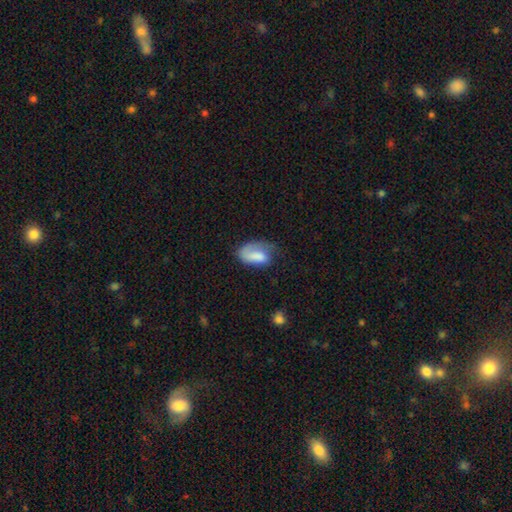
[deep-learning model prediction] A smooth galaxy with no disk features (65%) that is in between round and cigar-shaped (91%). Merging: none (40%).